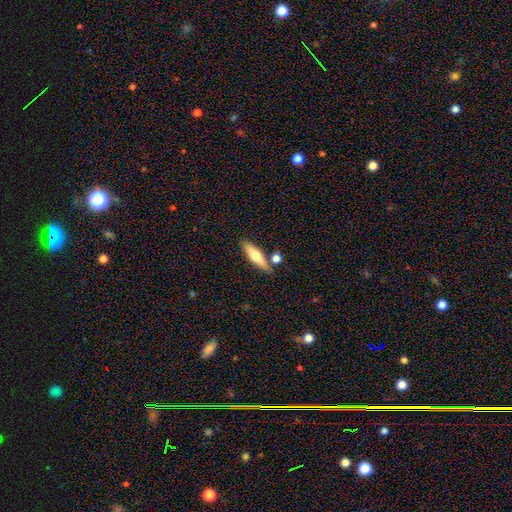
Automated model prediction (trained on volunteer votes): Smooth or featured? Predicted: smooth (p=0.64). How rounded? Predicted: cigar-shaped (p=0.56). Merging? Predicted: none (p=0.76).